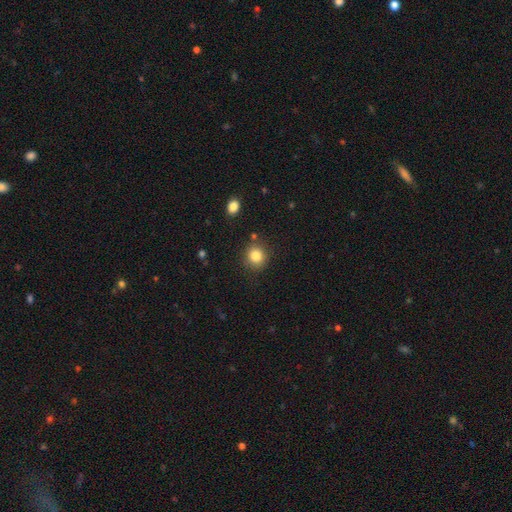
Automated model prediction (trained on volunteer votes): Smooth or featured?
  - smooth: 84% *
  - star or artifact: 10%
  - featured or disk: 6%
How rounded?
  - round: 83% *
  - in between: 16%
  - cigar-shaped: 1%
Merging?
  - none: 83% *
  - minor disturbance: 10%
  - merger: 4%
  - major disturbance: 3%